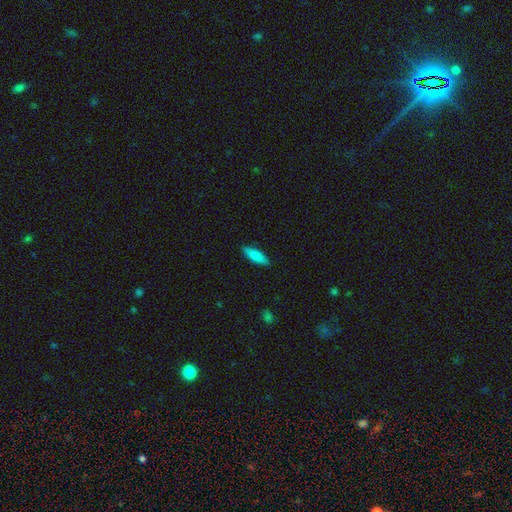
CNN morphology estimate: The model was most divided on "how rounded": cigar-shaped: 50%, in between: 48%, round: 2%. More confident: merging — none (88%); smooth or featured — smooth (83%).